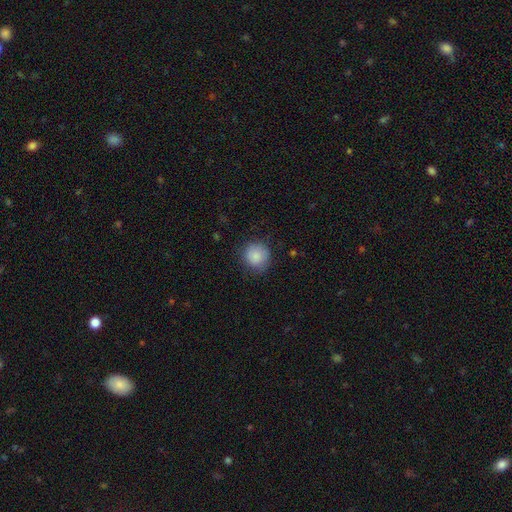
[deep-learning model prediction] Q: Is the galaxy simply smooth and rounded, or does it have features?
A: smooth — 86%.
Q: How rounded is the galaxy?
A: round — 90%.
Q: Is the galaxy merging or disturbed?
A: none — 78%.